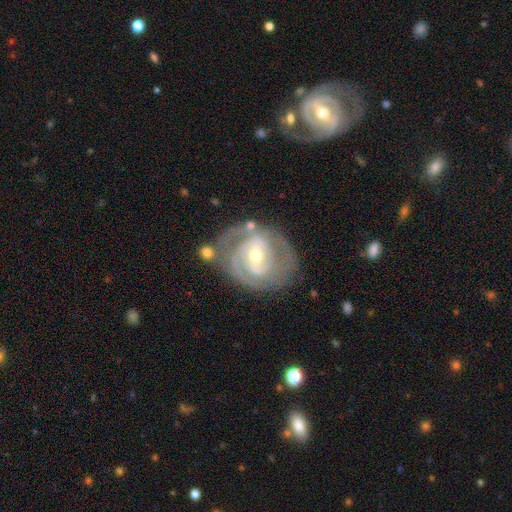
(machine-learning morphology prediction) type=featured or disk (87%); edge-on=no (97%); bar=weak (45%); spiral arms=yes (95%); winding=tight (60%); arm count=2 (51%); bulge=small (51%); merging=none (67%).